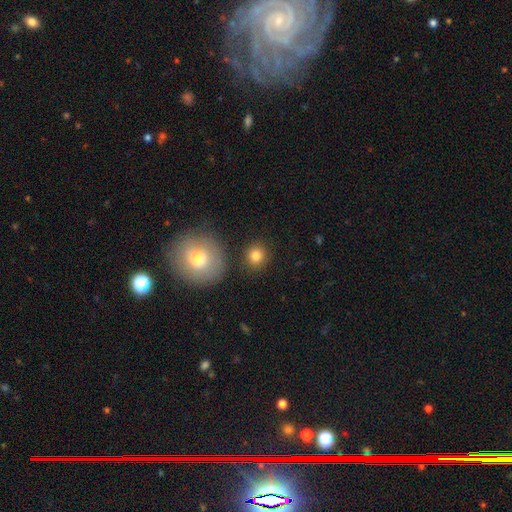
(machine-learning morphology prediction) Q: Smooth or featured?
A: smooth (84%); runner-up: star or artifact (10%)
Q: How rounded?
A: round (87%); runner-up: in between (12%)
Q: Merging?
A: none (86%); runner-up: minor disturbance (7%)